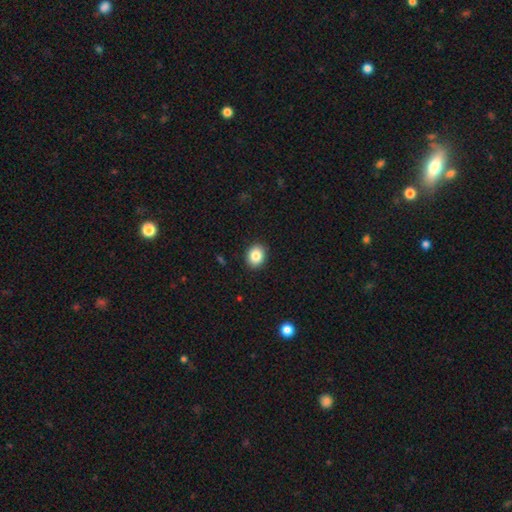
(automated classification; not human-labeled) Smooth or featured? Predicted: smooth (p=0.84). How rounded? Predicted: round (p=0.56). Merging? Predicted: none (p=0.91).